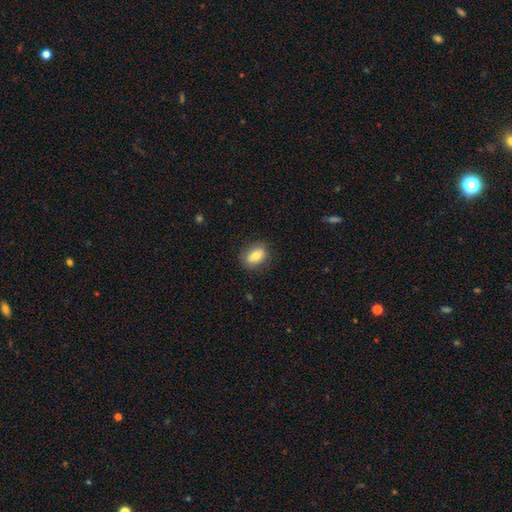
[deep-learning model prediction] This appears to be a smooth galaxy with no disk features (72%) that is in between round and cigar-shaped (74%). Merging: none (80%).